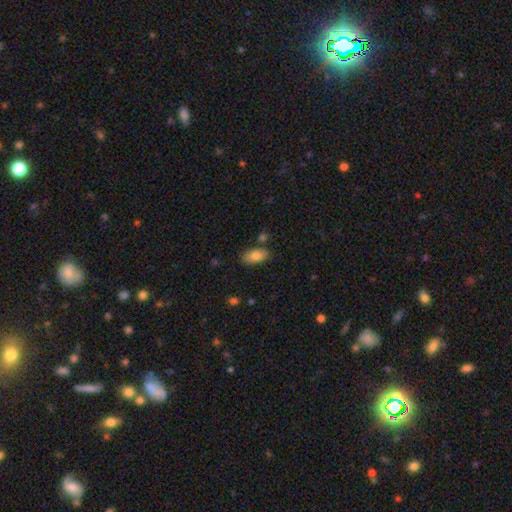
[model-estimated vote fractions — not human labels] Overall: smooth (83%). How rounded: in between (91%). Merging: none (75%).